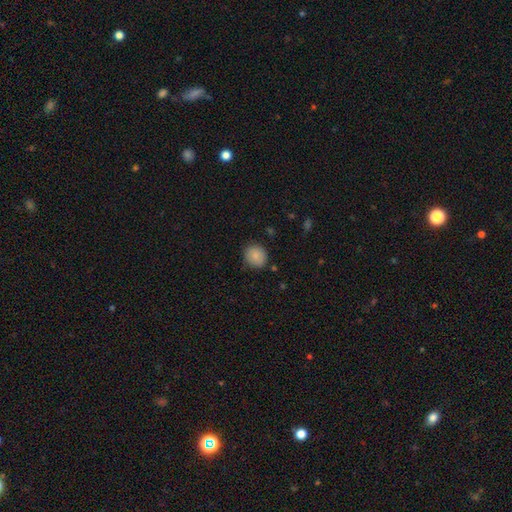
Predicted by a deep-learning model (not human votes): Smooth or featured? Predicted: smooth (p=0.85). How rounded? Predicted: round (p=0.82). Merging? Predicted: none (p=0.82).